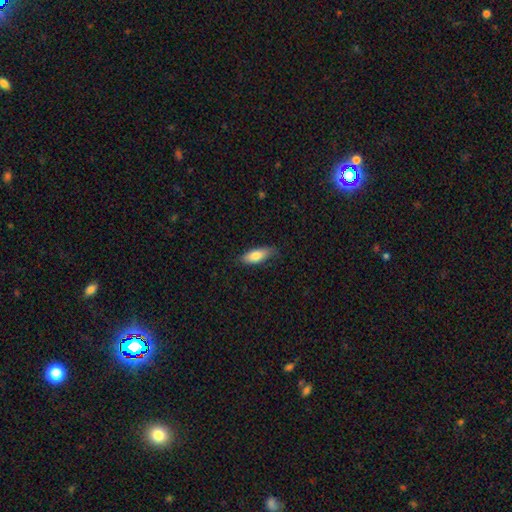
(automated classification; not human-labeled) A smooth galaxy with no disk features (78%) that is in between round and cigar-shaped (71%).

Vote fractions:
- Smooth or featured? smooth: 78% / featured or disk: 16% / star or artifact: 6%
- How rounded? in between: 71% / cigar-shaped: 27% / round: 2%
- Merging? none: 77% / minor disturbance: 18% / major disturbance: 3% / merger: 1%